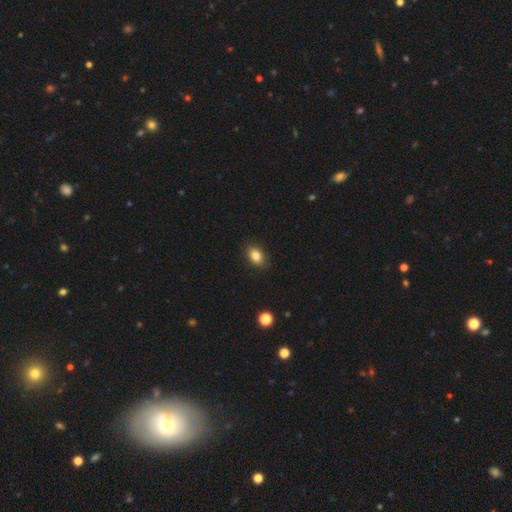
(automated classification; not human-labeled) A smooth galaxy with no disk features (84%) that is in between round and cigar-shaped (78%).

Vote fractions:
- Smooth or featured? smooth: 84% / star or artifact: 9% / featured or disk: 6%
- How rounded? in between: 78% / round: 21% / cigar-shaped: 1%
- Merging? none: 86% / minor disturbance: 10% / major disturbance: 2% / merger: 1%